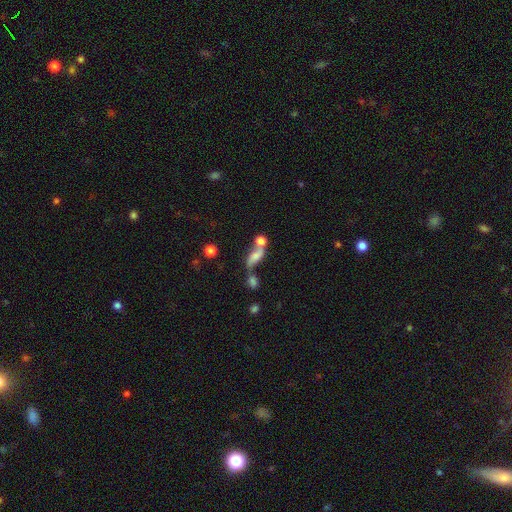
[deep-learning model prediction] Smooth or featured? Predicted: smooth (p=0.47). Merging? Predicted: merger (p=0.43).